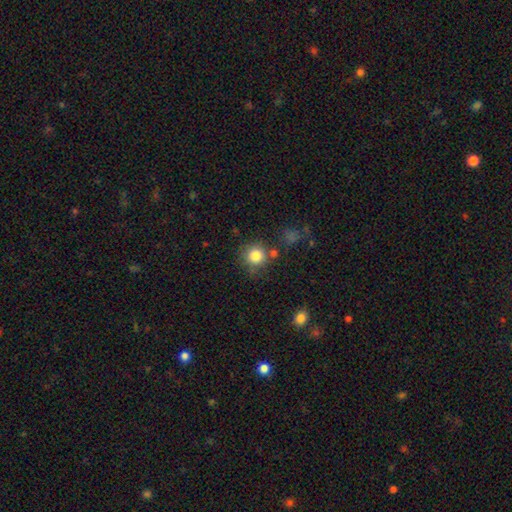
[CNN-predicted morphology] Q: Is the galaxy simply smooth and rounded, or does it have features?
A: smooth — 83%.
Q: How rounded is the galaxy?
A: round — 92%.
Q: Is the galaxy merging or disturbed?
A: none — 74%.